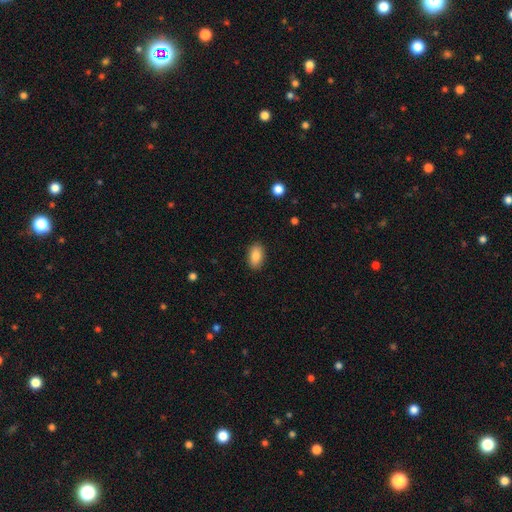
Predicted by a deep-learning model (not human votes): Overall: smooth (87%). How rounded: in between (91%). Merging: none (88%).